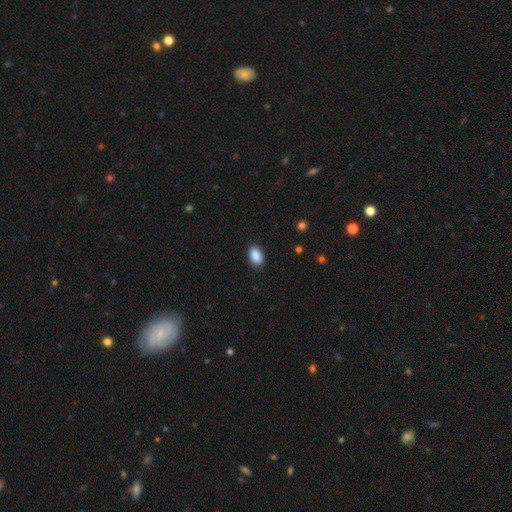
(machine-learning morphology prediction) smooth_or_featured: smooth (p=0.89) [alt: star or artifact p=0.08]
how_rounded: in between (p=0.88) [alt: round p=0.11]
merging: none (p=0.88) [alt: minor disturbance p=0.09]